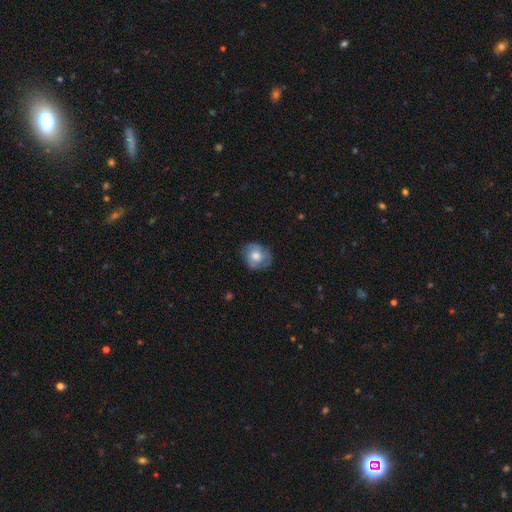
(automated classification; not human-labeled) Smooth or featured? Predicted: smooth (p=0.63). How rounded? Predicted: round (p=0.72). Merging? Predicted: none (p=0.69).